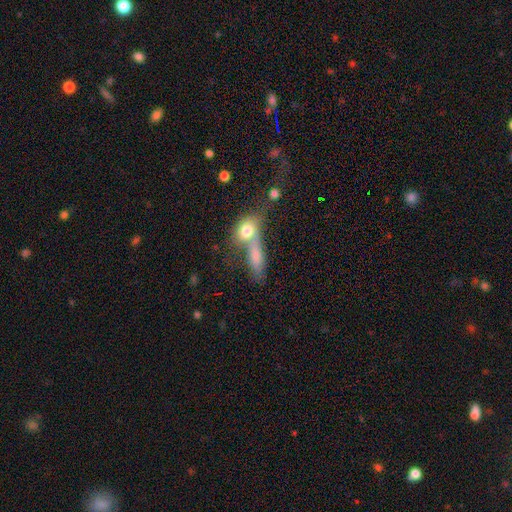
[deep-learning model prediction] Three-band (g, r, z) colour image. It shows a smooth galaxy with no disk features (73%) that is in between round and cigar-shaped (59%). Merging: merger (54%).